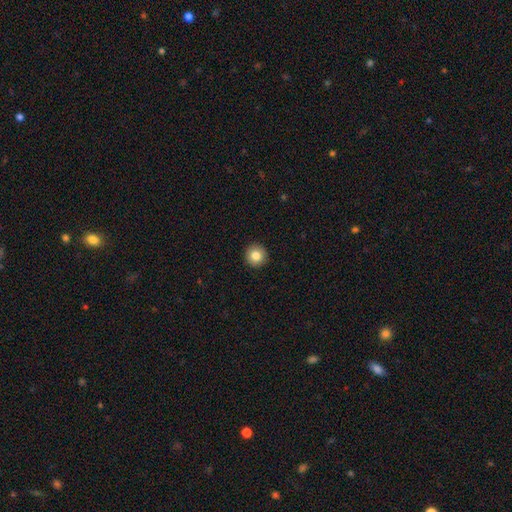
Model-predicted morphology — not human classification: smooth-or-featured: smooth: 83% | star or artifact: 9% | featured or disk: 7%
  how-rounded: round: 96% | in between: 3% | cigar-shaped: 1%
  merging: none: 94% | minor disturbance: 4% | major disturbance: 1% | merger: 1%